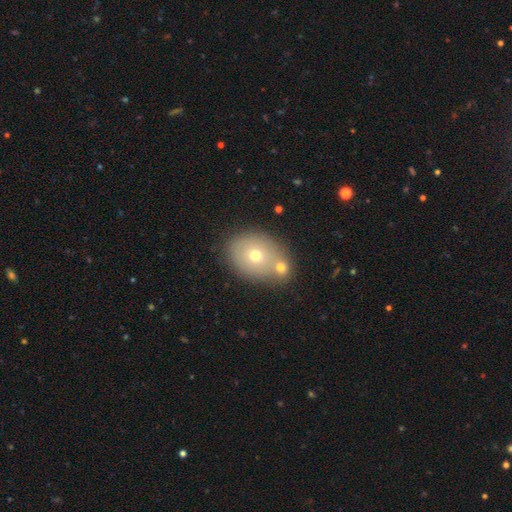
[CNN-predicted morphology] Smooth or featured?
  - smooth: 65% *
  - featured or disk: 23%
  - star or artifact: 12%
How rounded?
  - round: 53% *
  - in between: 46%
  - cigar-shaped: 1%
Merging?
  - none: 48% *
  - merger: 39%
  - minor disturbance: 10%
  - major disturbance: 3%